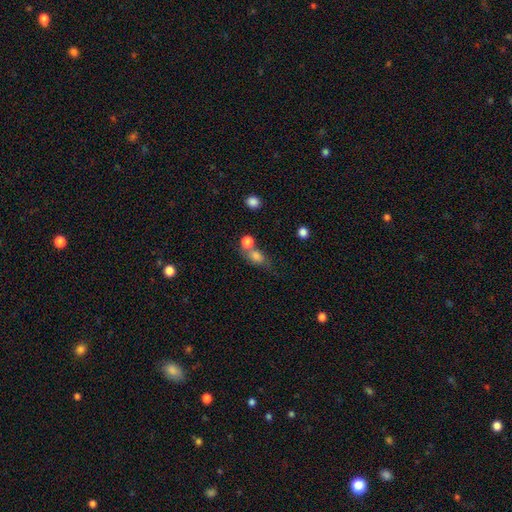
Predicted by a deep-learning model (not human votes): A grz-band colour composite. It shows a smooth galaxy with no disk features (78%) that is round (49%). Merging: merger (41%).